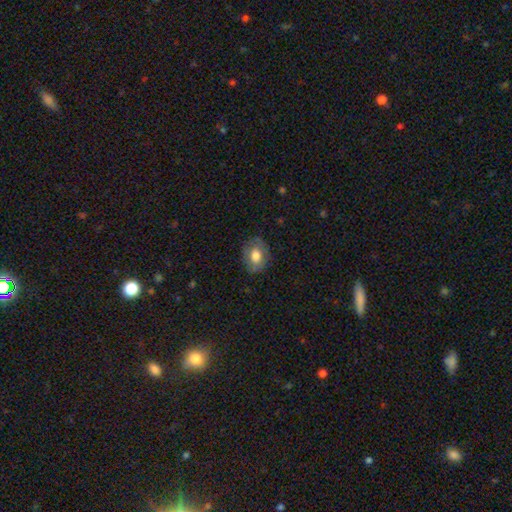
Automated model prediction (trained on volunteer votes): Smooth or featured? smooth (69%)
How rounded? in between (62%)
Merging? none (77%)